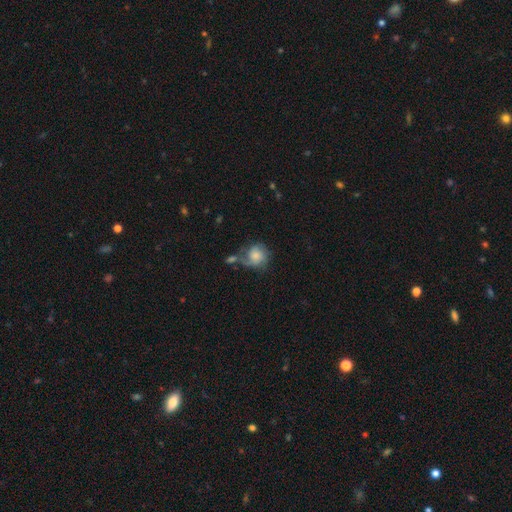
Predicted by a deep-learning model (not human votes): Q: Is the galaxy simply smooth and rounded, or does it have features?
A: smooth — 55%.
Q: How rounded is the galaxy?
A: round — 75%.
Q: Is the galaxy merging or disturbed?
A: none — 38%.